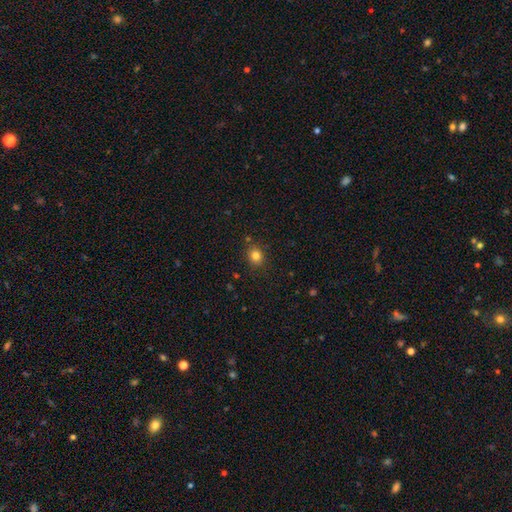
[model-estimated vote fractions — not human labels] Morphology: type=smooth (81%); roundness=round (74%); merging=none (86%).